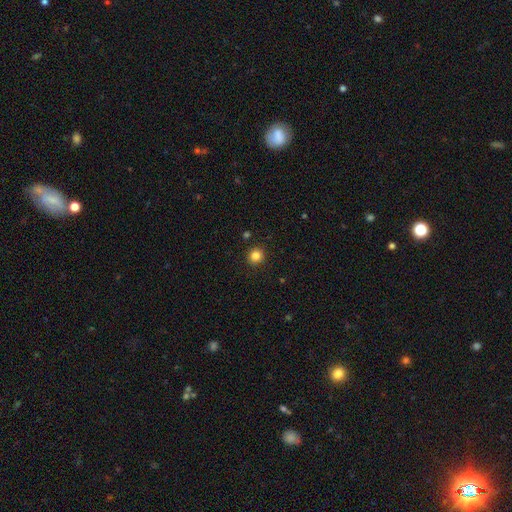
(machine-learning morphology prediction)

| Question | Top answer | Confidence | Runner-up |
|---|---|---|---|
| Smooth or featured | smooth | 83% | star or artifact (12%) |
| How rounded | round | 92% | in between (8%) |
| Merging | none | 91% | minor disturbance (5%) |